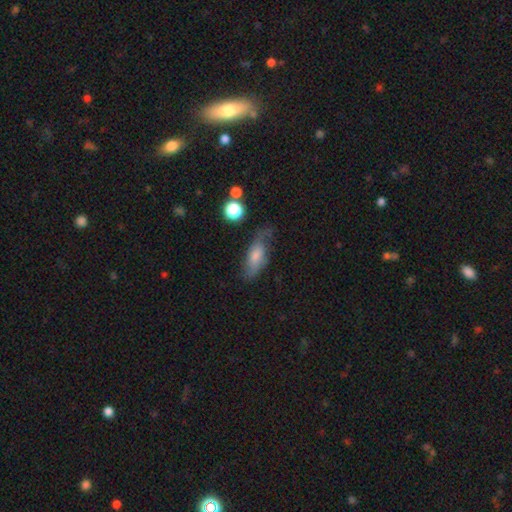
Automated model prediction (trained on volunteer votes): smooth 48%, featured or disk 42%, star or artifact 10%. Down the decision tree: merging — none (60%).